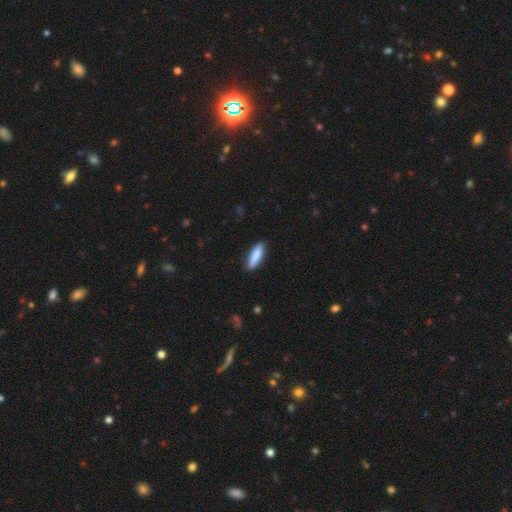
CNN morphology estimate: Smooth or featured?
  - smooth: 87% *
  - featured or disk: 7%
  - star or artifact: 6%
How rounded?
  - cigar-shaped: 60% *
  - in between: 38%
  - round: 2%
Merging?
  - none: 88% *
  - minor disturbance: 9%
  - major disturbance: 2%
  - merger: 1%